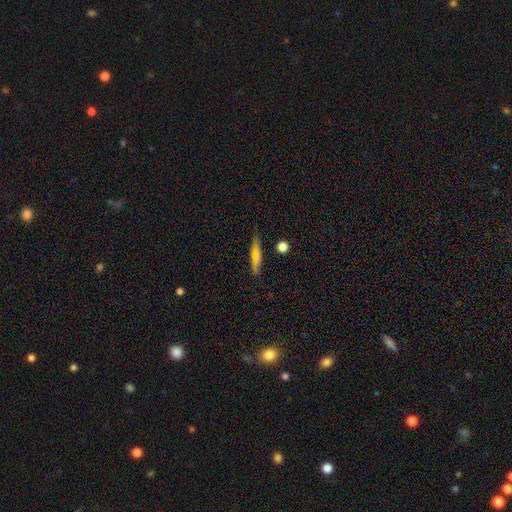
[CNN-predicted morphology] smooth_or_featured: smooth (p=0.62) [alt: featured or disk p=0.26]
how_rounded: cigar-shaped (p=0.70) [alt: in between p=0.25]
merging: none (p=0.82) [alt: minor disturbance p=0.13]